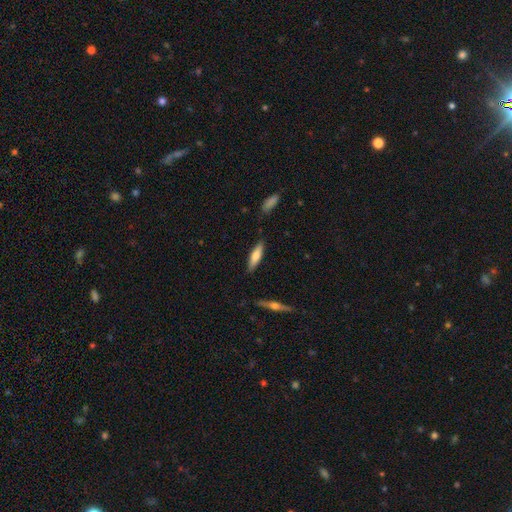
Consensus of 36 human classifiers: A smooth galaxy with no disk features (75%) that is cigar-shaped (74%).

Vote fractions:
- Smooth or featured? smooth: 75% / featured or disk: 25% / star or artifact: 0%
- How rounded? cigar-shaped: 74% / in between: 26% / round: 0%
- Merging? none: 81% / minor disturbance: 17% / merger: 3% / major disturbance: 0%